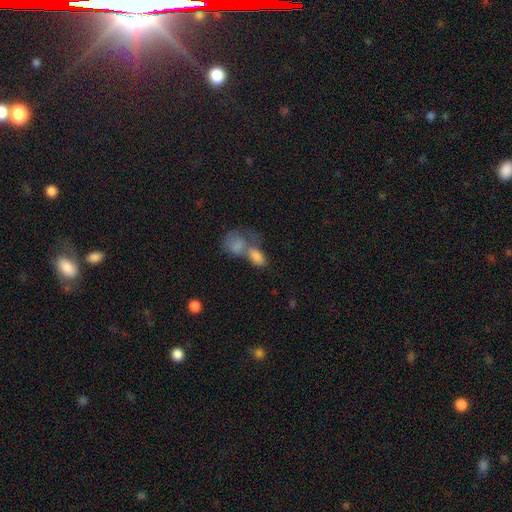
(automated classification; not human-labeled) A smooth galaxy with no disk features (78%) that is in between round and cigar-shaped (84%). Merging: merger (64%).